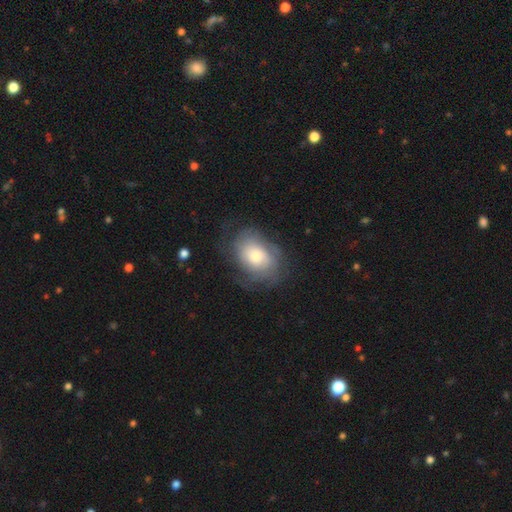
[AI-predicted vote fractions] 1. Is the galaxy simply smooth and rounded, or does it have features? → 47% smooth, 45% featured or disk, 8% star or artifact.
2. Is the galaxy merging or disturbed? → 62% none, 22% minor disturbance, 14% major disturbance, 1% merger.